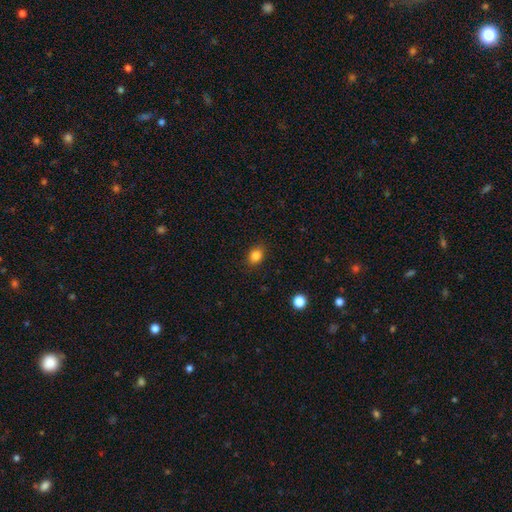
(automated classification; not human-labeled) smooth 84%, star or artifact 11%, featured or disk 5%. Down the decision tree: how rounded — in between (62%); merging — none (86%).